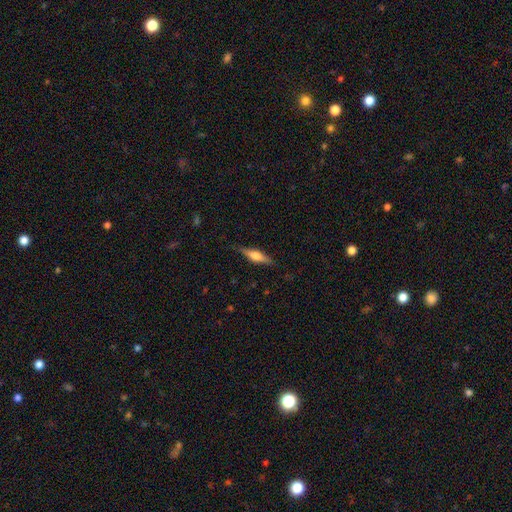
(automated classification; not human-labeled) A featured or disk galaxy (58%) viewed edge-on (96%) with a rounded central bulge (85%). Merging: none (85%).